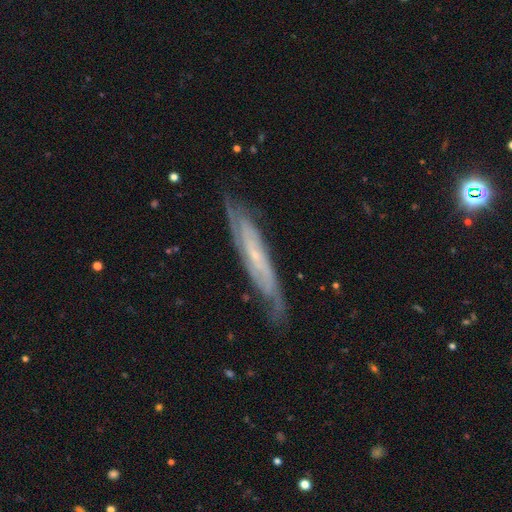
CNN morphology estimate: A featured or disk galaxy (77%). Merging: none (75%).